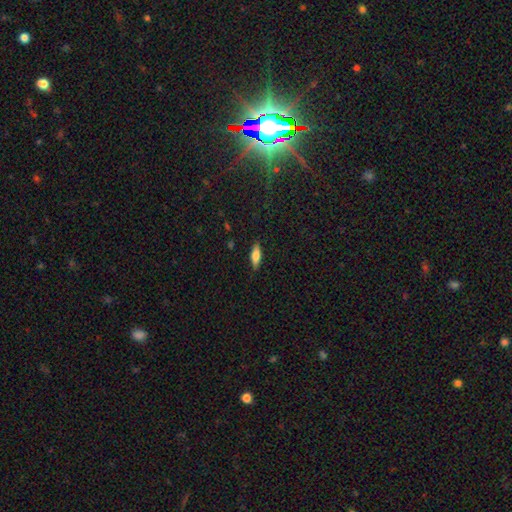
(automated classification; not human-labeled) Smooth or featured? Predicted: smooth (p=0.69). How rounded? Predicted: in between (p=0.55). Merging? Predicted: none (p=0.86).